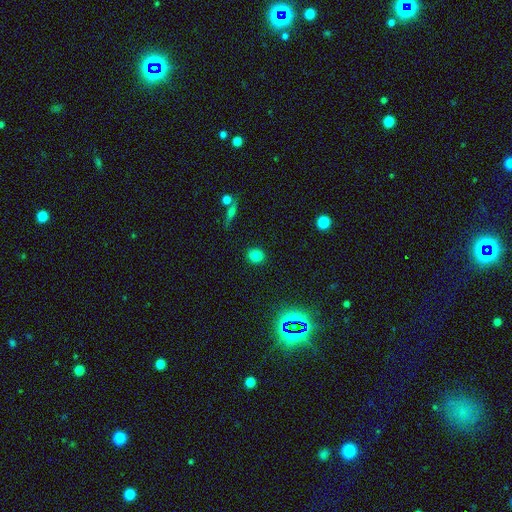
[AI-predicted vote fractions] smooth-or-featured: smooth: 80% | star or artifact: 14% | featured or disk: 6%
  how-rounded: round: 83% | in between: 16% | cigar-shaped: 1%
  merging: none: 89% | minor disturbance: 6% | major disturbance: 2% | merger: 2%